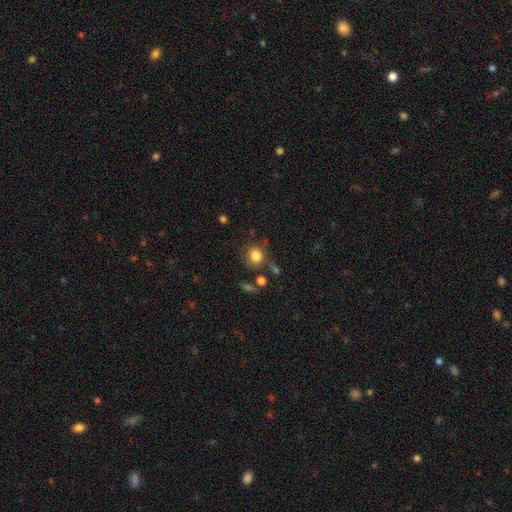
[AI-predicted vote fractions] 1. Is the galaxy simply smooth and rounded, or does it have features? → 83% smooth, 10% star or artifact, 7% featured or disk.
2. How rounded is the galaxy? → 75% round, 24% in between, 1% cigar-shaped.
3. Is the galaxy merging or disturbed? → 72% none, 15% minor disturbance, 7% merger, 6% major disturbance.